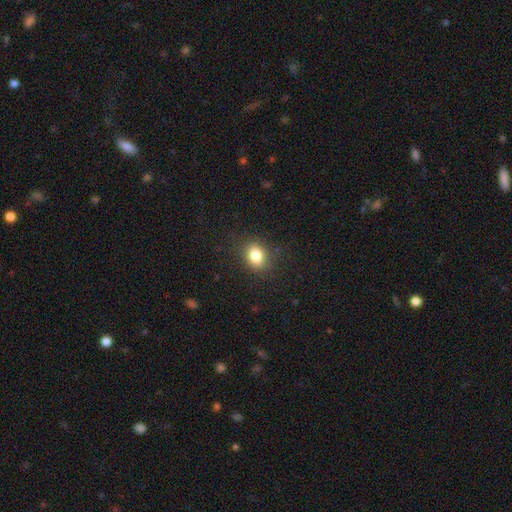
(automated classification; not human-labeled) Smooth or featured?
  - smooth: 82% *
  - star or artifact: 11%
  - featured or disk: 7%
How rounded?
  - in between: 59% *
  - round: 40%
  - cigar-shaped: 1%
Merging?
  - none: 86% *
  - minor disturbance: 10%
  - major disturbance: 3%
  - merger: 1%